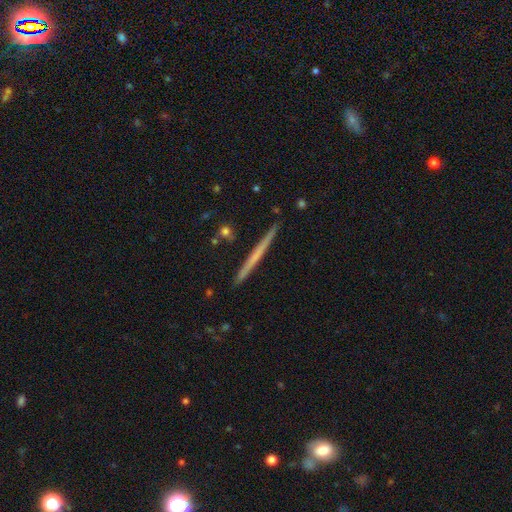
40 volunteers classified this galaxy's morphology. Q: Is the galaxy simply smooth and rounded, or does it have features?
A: featured or disk — 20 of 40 (50%).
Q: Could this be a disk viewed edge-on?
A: yes — 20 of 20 (100%).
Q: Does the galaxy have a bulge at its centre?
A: none — 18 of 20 (90%).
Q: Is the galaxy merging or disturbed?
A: none — 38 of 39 (97%).